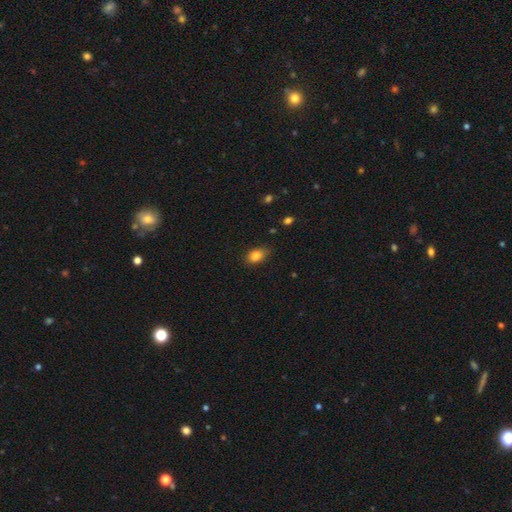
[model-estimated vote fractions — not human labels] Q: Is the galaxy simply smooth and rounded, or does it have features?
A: smooth — 84%.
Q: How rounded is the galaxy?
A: in between — 79%.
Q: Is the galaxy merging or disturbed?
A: none — 76%.